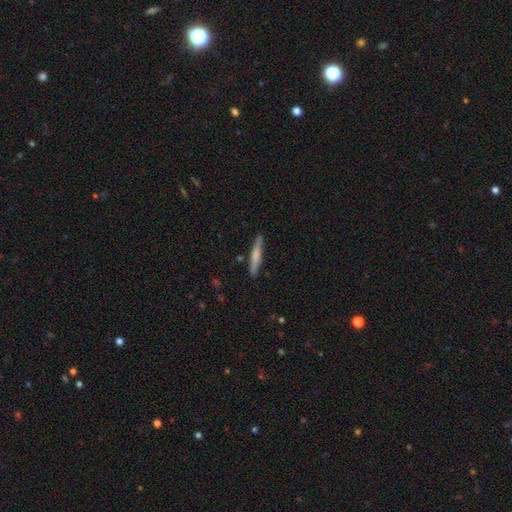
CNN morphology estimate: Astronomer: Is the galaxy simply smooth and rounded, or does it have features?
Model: smooth — 60%.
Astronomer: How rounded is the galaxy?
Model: cigar-shaped — 94%.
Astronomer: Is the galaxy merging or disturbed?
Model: none — 86%.